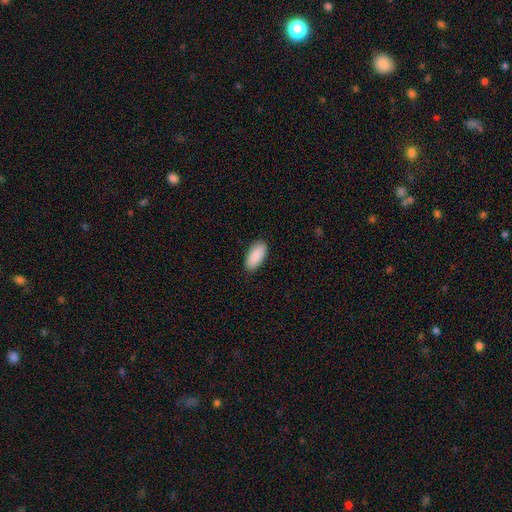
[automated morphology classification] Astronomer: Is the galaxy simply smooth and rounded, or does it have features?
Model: smooth — 91%.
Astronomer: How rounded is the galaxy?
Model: in between — 92%.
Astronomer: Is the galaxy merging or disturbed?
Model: none — 90%.